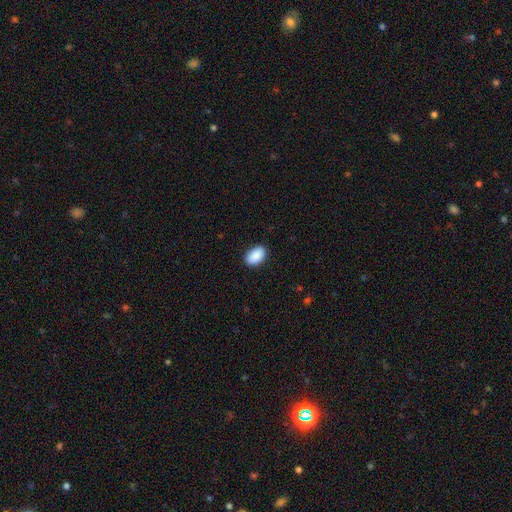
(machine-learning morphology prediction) Q: Smooth or featured?
A: smooth (91%); runner-up: star or artifact (6%)
Q: How rounded?
A: in between (90%); runner-up: round (9%)
Q: Merging?
A: none (89%); runner-up: minor disturbance (9%)